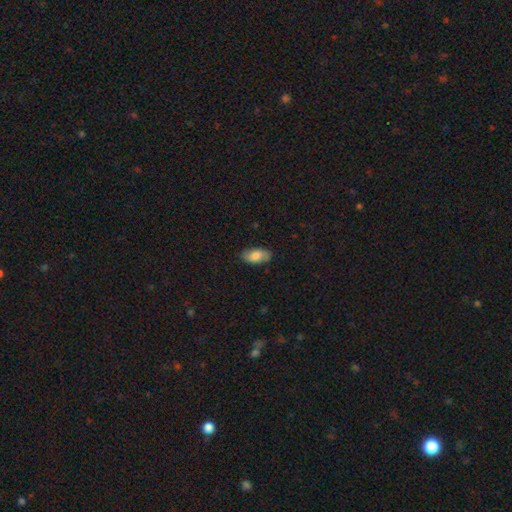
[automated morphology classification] The model was most divided on "smooth or featured": smooth: 77%, featured or disk: 16%, star or artifact: 7%. More confident: how rounded — in between (91%); merging — none (82%).